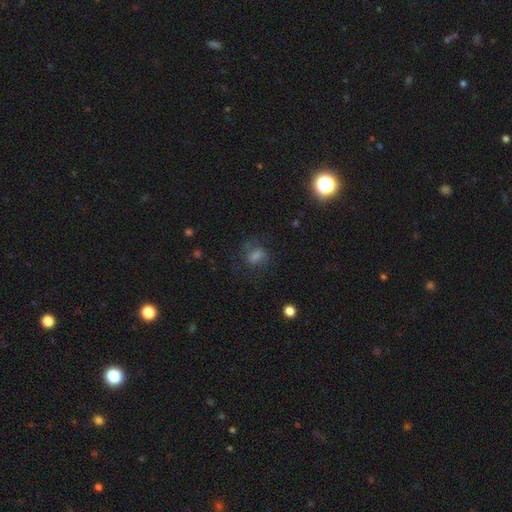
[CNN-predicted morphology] Smooth or featured? Predicted: smooth (p=0.45). Merging? Predicted: none (p=0.64).